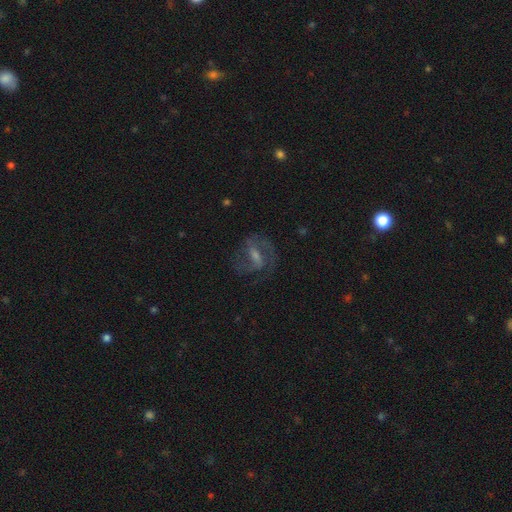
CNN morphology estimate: featured or disk 78%, smooth 12%, star or artifact 10%. Down the decision tree: edge-on disk — no (96%); bar — weak (44%); spiral arms — yes (93%); spiral arm count — 2 (81%); spiral winding — medium (55%); bulge size — small (43%); merging — none (72%).